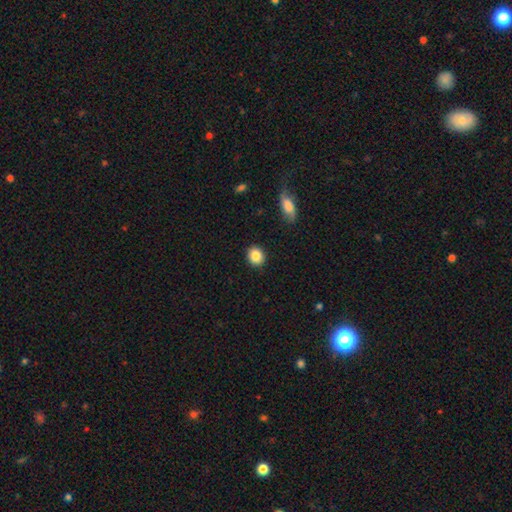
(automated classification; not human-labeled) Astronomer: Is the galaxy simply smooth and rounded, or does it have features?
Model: smooth — 86%.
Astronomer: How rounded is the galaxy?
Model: round — 74%.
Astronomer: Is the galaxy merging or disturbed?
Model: none — 90%.